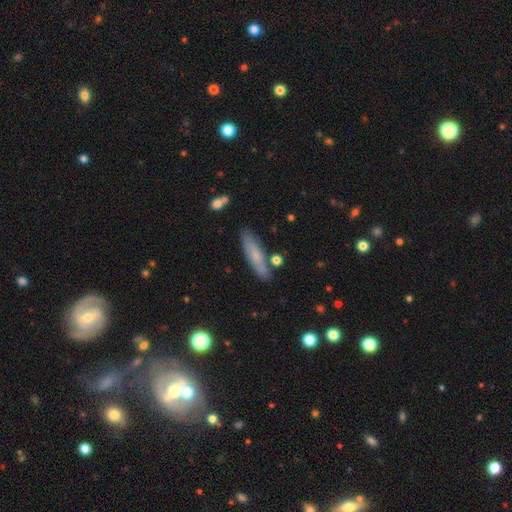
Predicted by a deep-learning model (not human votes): Smooth or featured: smooth — 68% (featured or disk — 25%)
How rounded: cigar-shaped — 73% (in between — 25%)
Merging: none — 80% (minor disturbance — 12%)